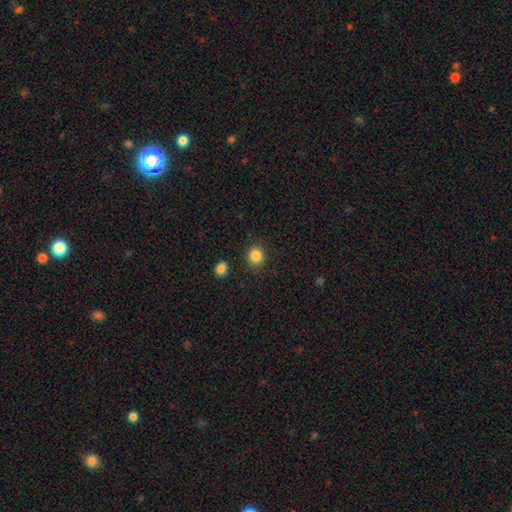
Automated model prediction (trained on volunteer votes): Smooth or featured? smooth (86%)
How rounded? round (79%)
Merging? none (87%)